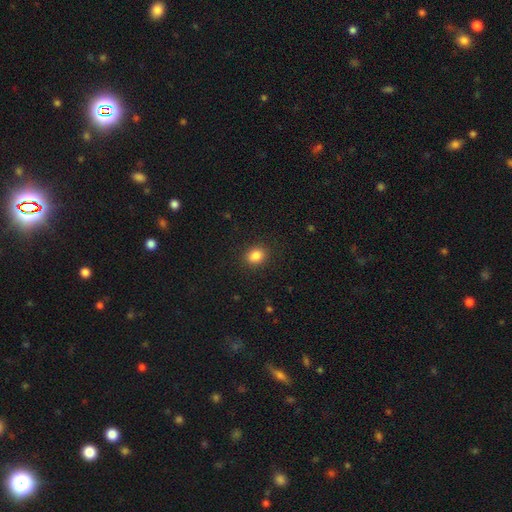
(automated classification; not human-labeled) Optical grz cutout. It shows a smooth galaxy with no disk features (85%) that is round (60%). Merging: none (90%).